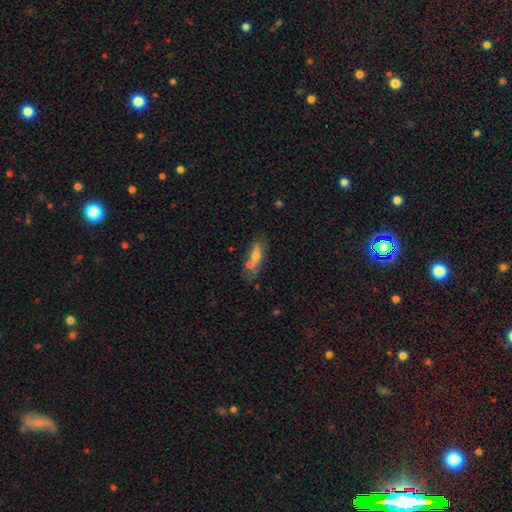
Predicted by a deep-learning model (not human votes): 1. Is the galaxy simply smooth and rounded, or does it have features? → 59% smooth, 32% featured or disk, 9% star or artifact.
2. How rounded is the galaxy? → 58% in between, 37% cigar-shaped, 6% round.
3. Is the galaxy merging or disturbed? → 41% none, 35% merger, 17% minor disturbance, 8% major disturbance.